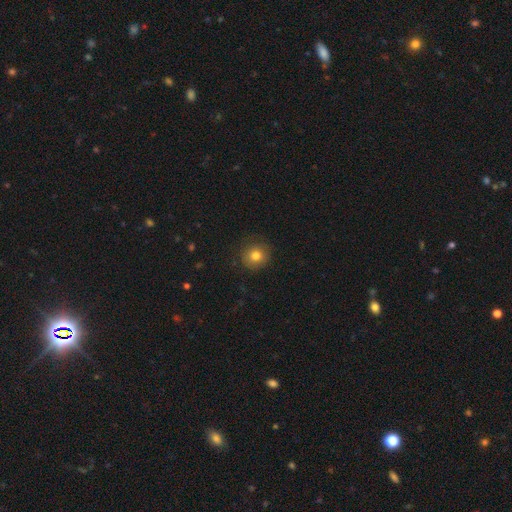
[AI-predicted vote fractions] Overall: smooth (79%). How rounded: round (93%). Merging: none (87%).